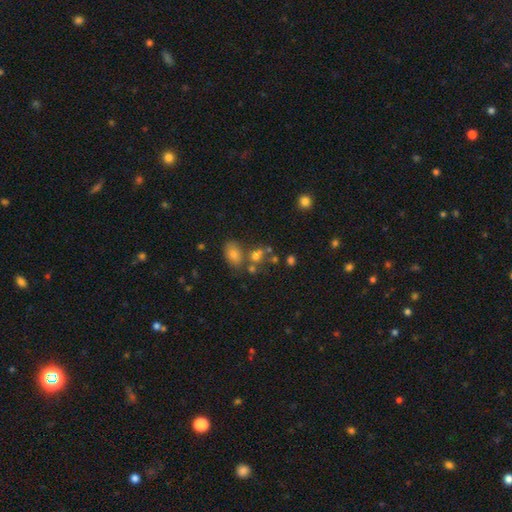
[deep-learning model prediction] A smooth galaxy with no disk features (63%) that is in between round and cigar-shaped (58%). Merging: none (47%).